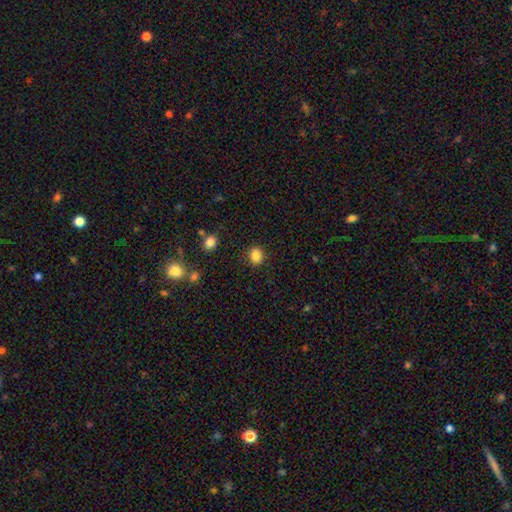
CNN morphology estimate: This is clearly a smooth galaxy (85%). How rounded: likely round (67%). Merging: clearly none (88%).